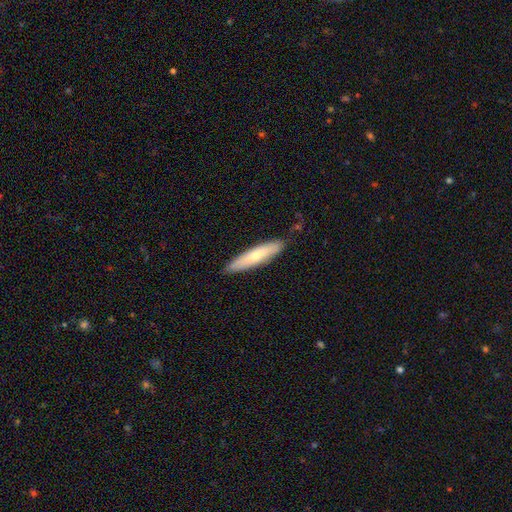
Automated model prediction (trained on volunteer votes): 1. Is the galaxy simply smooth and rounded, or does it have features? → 63% smooth, 32% featured or disk, 5% star or artifact.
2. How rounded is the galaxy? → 82% cigar-shaped, 17% in between, 1% round.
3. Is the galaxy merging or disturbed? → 86% none, 11% minor disturbance, 2% major disturbance, 1% merger.